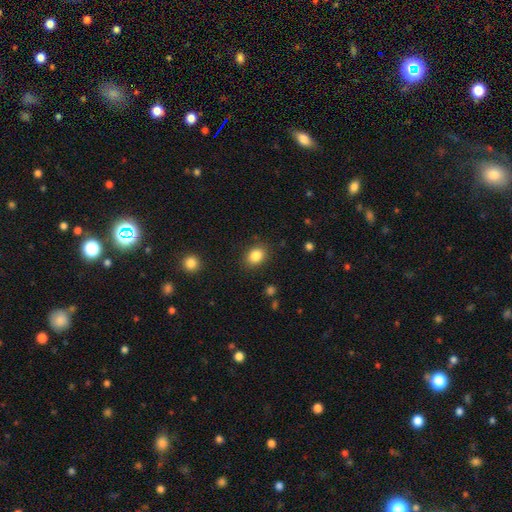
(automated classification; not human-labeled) Overall: smooth (85%). How rounded: in between (61%; round 39%). Merging: none (87%).